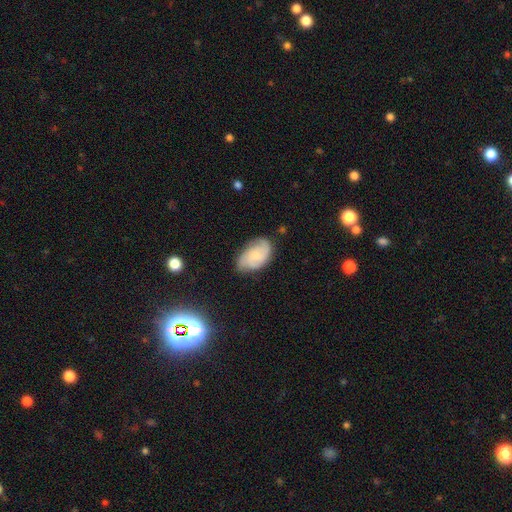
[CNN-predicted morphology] This appears to be a featured or disk galaxy (56%) with no bar (66%), spiral arms (91%) and a small central bulge (52%). Merging: none (65%).